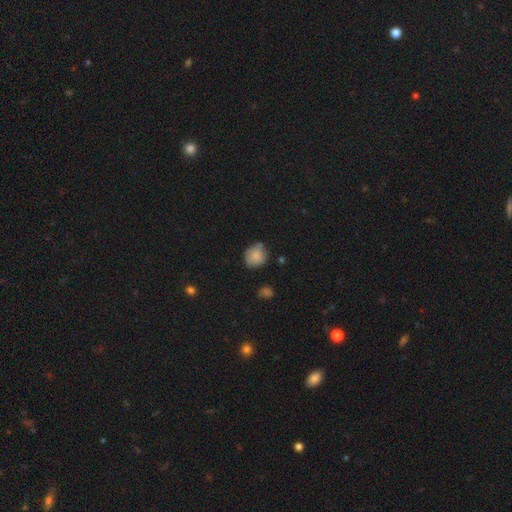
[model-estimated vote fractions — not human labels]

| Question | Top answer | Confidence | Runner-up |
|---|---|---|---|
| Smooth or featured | smooth | 77% | featured or disk (15%) |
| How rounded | round | 77% | in between (22%) |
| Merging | none | 60% | minor disturbance (29%) |